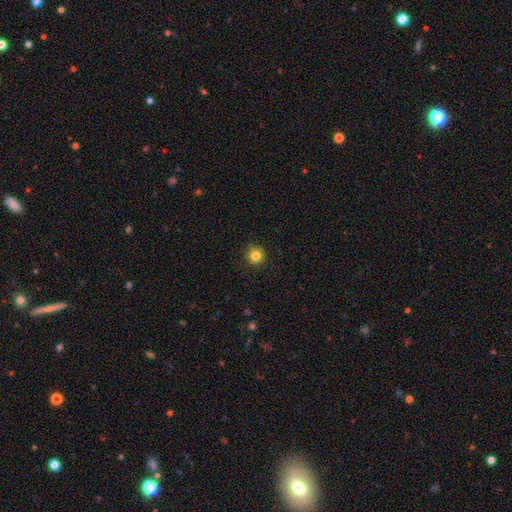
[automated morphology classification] A smooth galaxy with no disk features (82%) that is round (95%).

Vote fractions:
- Smooth or featured? smooth: 82% / star or artifact: 12% / featured or disk: 5%
- How rounded? round: 95% / in between: 4% / cigar-shaped: 1%
- Merging? none: 92% / minor disturbance: 5% / major disturbance: 2% / merger: 1%